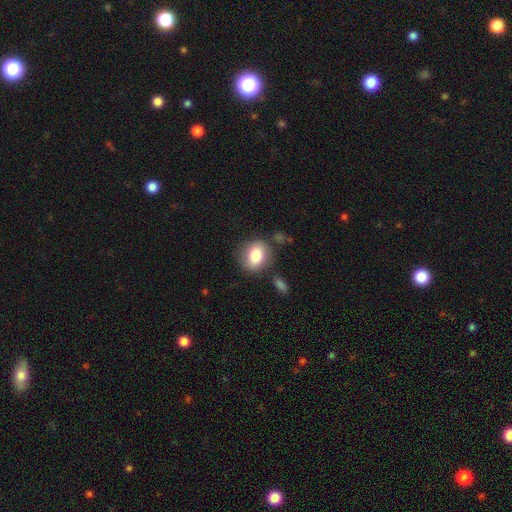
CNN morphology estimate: Overall: smooth (80%). How rounded: in between (51%; round 48%). Merging: none (73%).